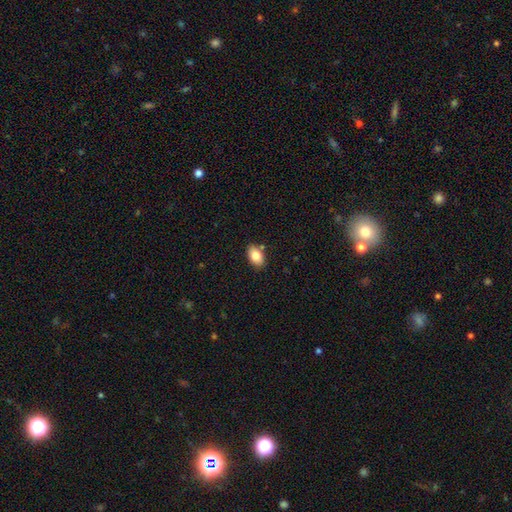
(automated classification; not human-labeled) The model was most divided on "merging": none: 81%, minor disturbance: 12%, merger: 5%, major disturbance: 2%. More confident: how rounded — in between (90%); smooth or featured — smooth (83%).